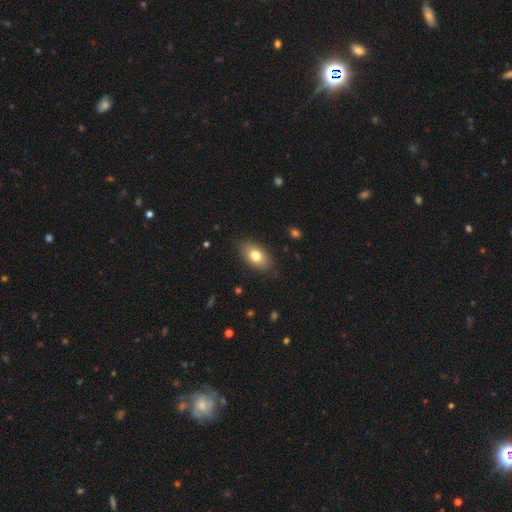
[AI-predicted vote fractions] Smooth or featured?
  - smooth: 76% *
  - featured or disk: 16%
  - star or artifact: 7%
How rounded?
  - in between: 89% *
  - round: 7%
  - cigar-shaped: 3%
Merging?
  - none: 83% *
  - minor disturbance: 13%
  - major disturbance: 3%
  - merger: 1%